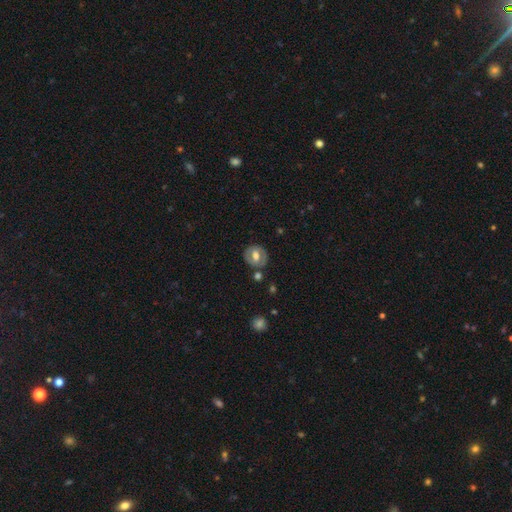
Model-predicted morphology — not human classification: This appears to be a featured or disk galaxy (49%). Merging: none (78%).